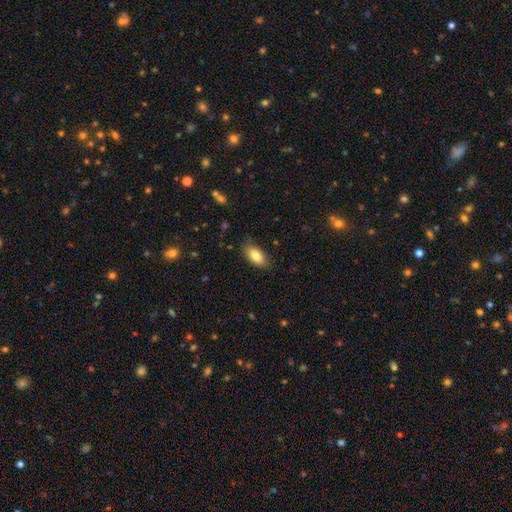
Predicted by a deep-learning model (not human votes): Q: Smooth or featured?
A: smooth (82%); runner-up: featured or disk (11%)
Q: How rounded?
A: in between (91%); runner-up: cigar-shaped (6%)
Q: Merging?
A: none (83%); runner-up: minor disturbance (13%)